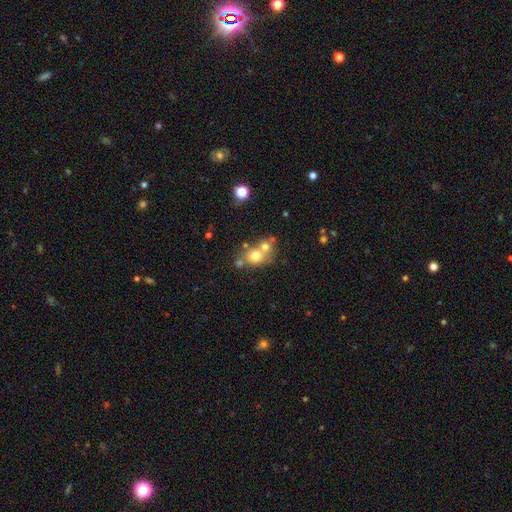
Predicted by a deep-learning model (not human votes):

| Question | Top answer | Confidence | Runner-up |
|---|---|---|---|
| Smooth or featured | smooth | 68% | featured or disk (18%) |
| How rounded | round | 75% | in between (24%) |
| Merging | merger | 47% | none (41%) |